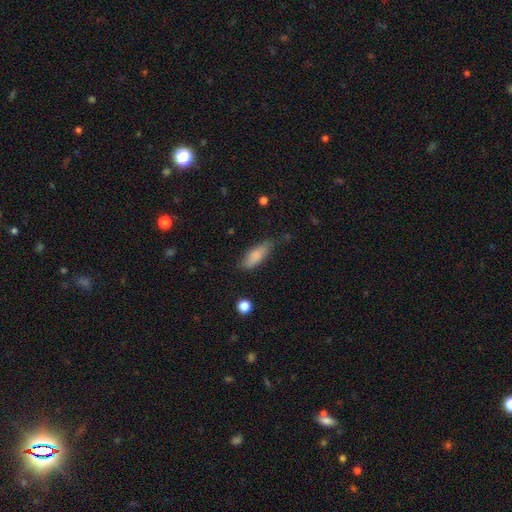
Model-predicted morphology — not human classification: smooth-or-featured: smooth: 83% | featured or disk: 11% | star or artifact: 7%
  how-rounded: in between: 66% | cigar-shaped: 32% | round: 2%
  merging: none: 65% | minor disturbance: 26% | major disturbance: 6% | merger: 2%